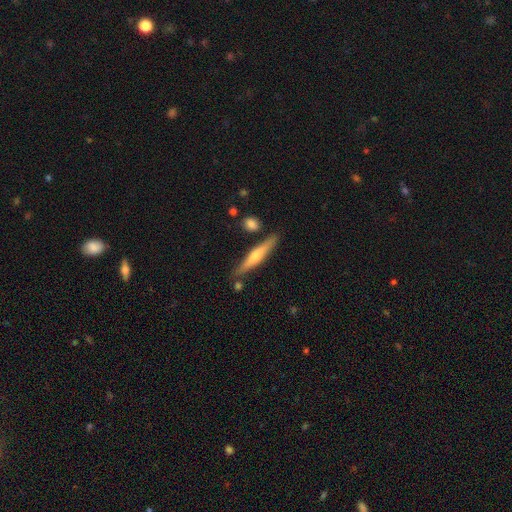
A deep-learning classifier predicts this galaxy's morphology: The model was most divided on "smooth or featured": featured or disk: 58%, smooth: 37%, star or artifact: 6%. More confident: edge-on disk — yes (96%); merging — none (84%); edge-on bulge — rounded (81%).